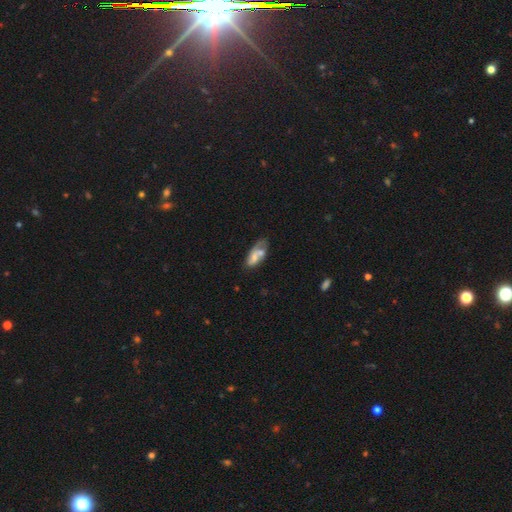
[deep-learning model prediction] smooth 52%, featured or disk 40%, star or artifact 8%. Down the decision tree: how rounded — in between (83%); merging — none (36%).